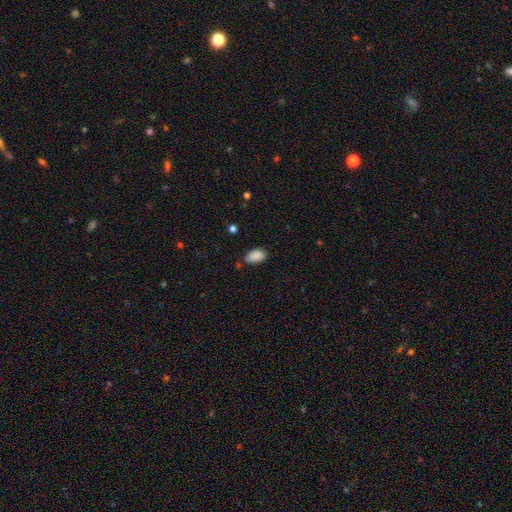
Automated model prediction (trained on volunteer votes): Smooth or featured? smooth (89%)
How rounded? in between (93%)
Merging? none (74%)